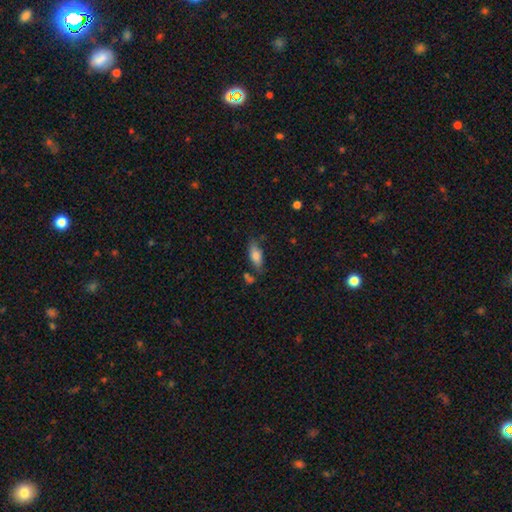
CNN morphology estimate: Smooth or featured? smooth (78%)
How rounded? in between (75%)
Merging? none (66%)